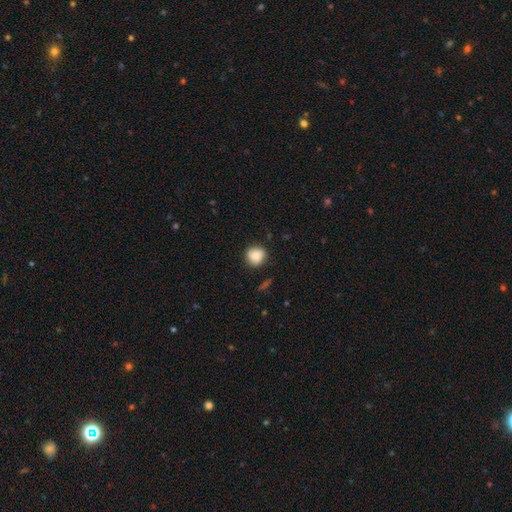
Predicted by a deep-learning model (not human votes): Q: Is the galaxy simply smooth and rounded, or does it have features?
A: smooth — 85%.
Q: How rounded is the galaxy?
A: round — 87%.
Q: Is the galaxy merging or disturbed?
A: none — 80%.